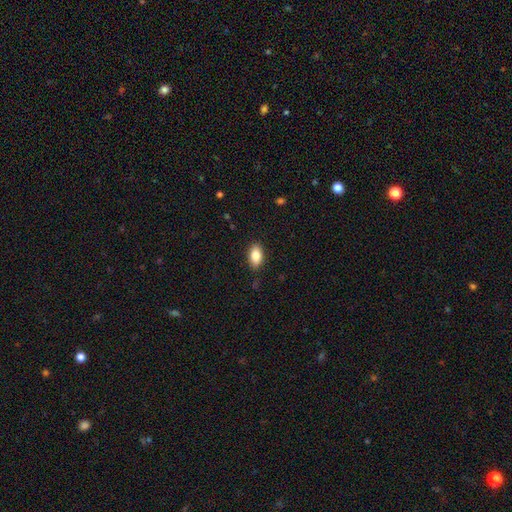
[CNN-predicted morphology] A smooth galaxy with no disk features (85%) that is in between round and cigar-shaped (92%).

Vote fractions:
- Smooth or featured? smooth: 85% / featured or disk: 8% / star or artifact: 7%
- How rounded? in between: 92% / round: 5% / cigar-shaped: 3%
- Merging? none: 86% / minor disturbance: 11% / major disturbance: 2% / merger: 1%